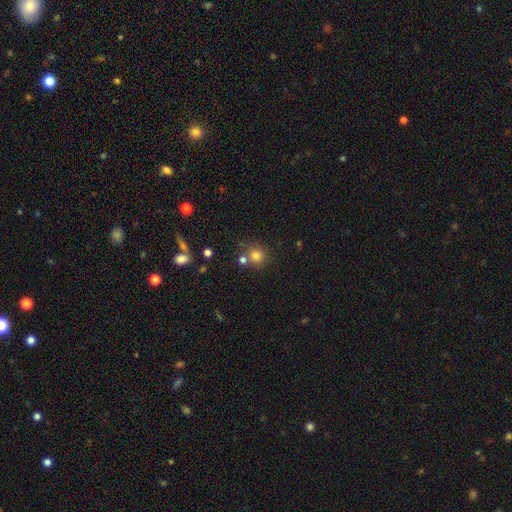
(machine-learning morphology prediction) Q: Smooth or featured?
A: smooth (78%); runner-up: star or artifact (14%)
Q: How rounded?
A: round (91%); runner-up: in between (8%)
Q: Merging?
A: none (68%); runner-up: merger (19%)